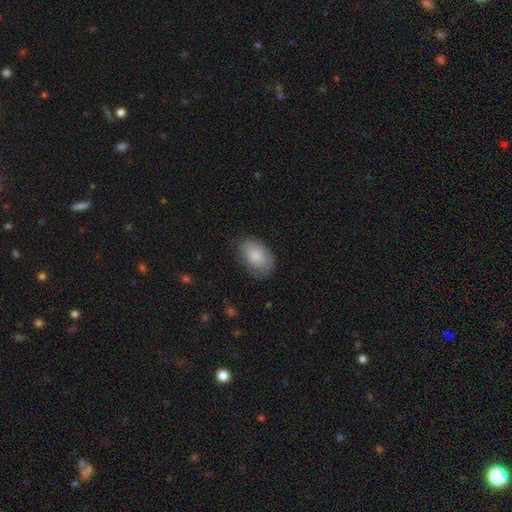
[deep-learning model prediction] Overall: smooth (84%). How rounded: in between (91%). Merging: none (77%).